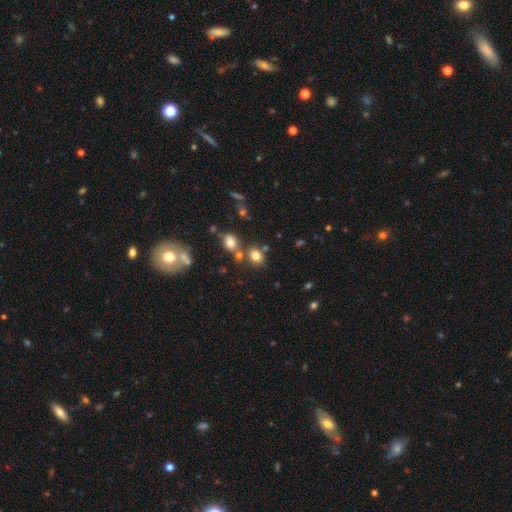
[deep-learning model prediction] This appears to be a smooth galaxy with no disk features (78%) that is round (59%). Merging: none (64%).